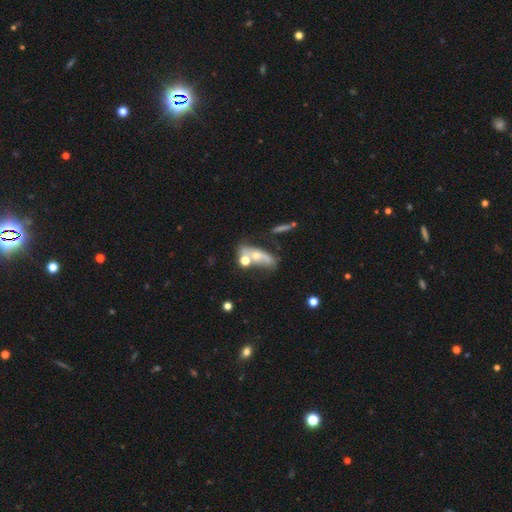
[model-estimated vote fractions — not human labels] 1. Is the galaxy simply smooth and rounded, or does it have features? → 46% featured or disk, 42% smooth, 12% star or artifact.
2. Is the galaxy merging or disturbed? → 38% none, 34% merger, 17% minor disturbance, 12% major disturbance.